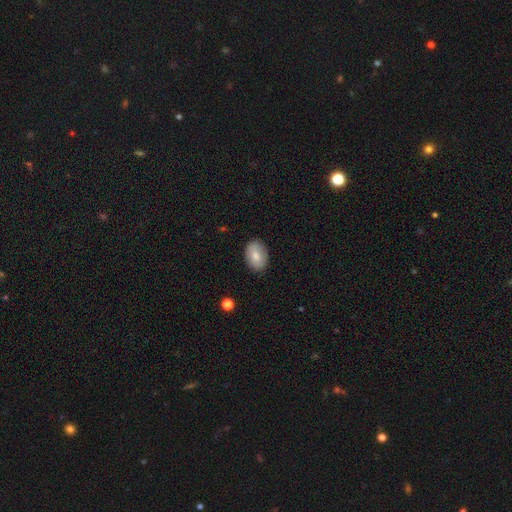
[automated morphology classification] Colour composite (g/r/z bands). It shows a smooth galaxy with no disk features (78%) that is in between round and cigar-shaped (83%). Merging: none (86%).